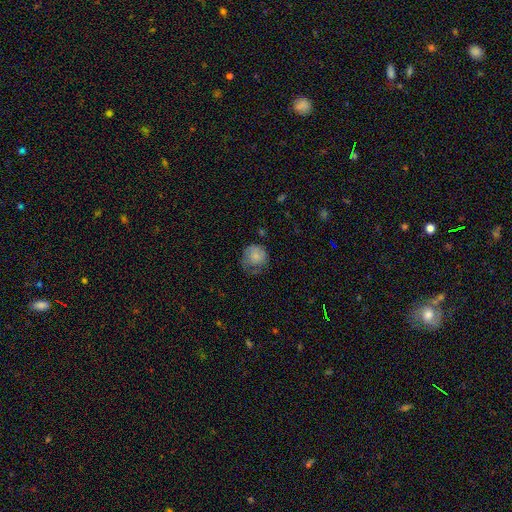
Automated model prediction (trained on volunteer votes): Smooth or featured: smooth — 76% (featured or disk — 15%)
How rounded: round — 87% (in between — 12%)
Merging: none — 48% (minor disturbance — 33%)